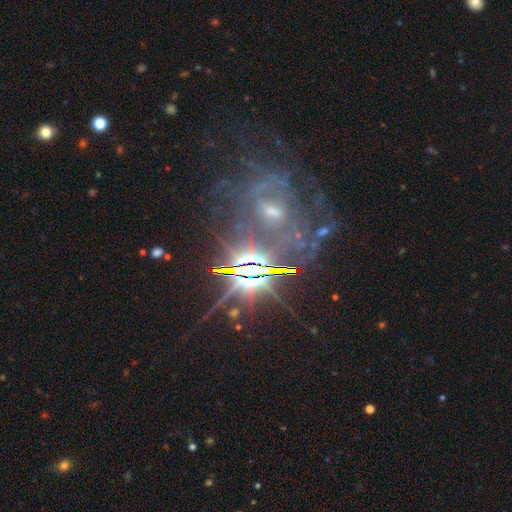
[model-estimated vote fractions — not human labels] Overall: featured or disk (45%; star or artifact 42%). Merging: none (47%; major disturbance 19%).